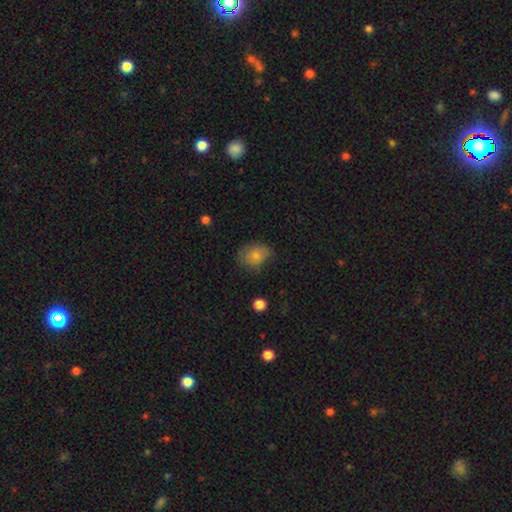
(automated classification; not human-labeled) Smooth or featured?
  - smooth: 75% *
  - featured or disk: 15%
  - star or artifact: 11%
How rounded?
  - in between: 59% *
  - round: 40%
  - cigar-shaped: 1%
Merging?
  - none: 64% *
  - minor disturbance: 27%
  - major disturbance: 7%
  - merger: 2%